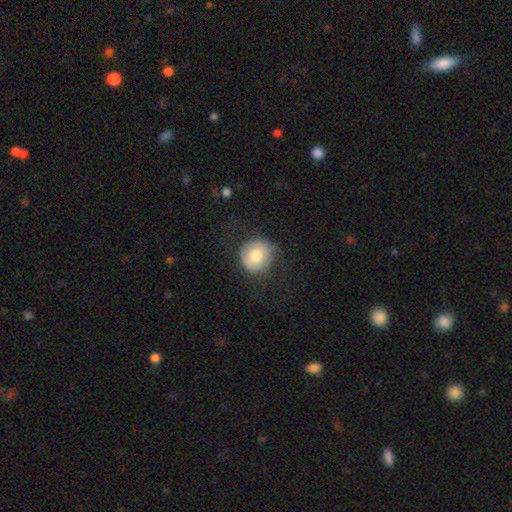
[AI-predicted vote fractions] smooth_or_featured: smooth (p=0.71) [alt: featured or disk p=0.21]
how_rounded: round (p=0.91) [alt: in between p=0.08]
merging: none (p=0.68) [alt: minor disturbance p=0.19]